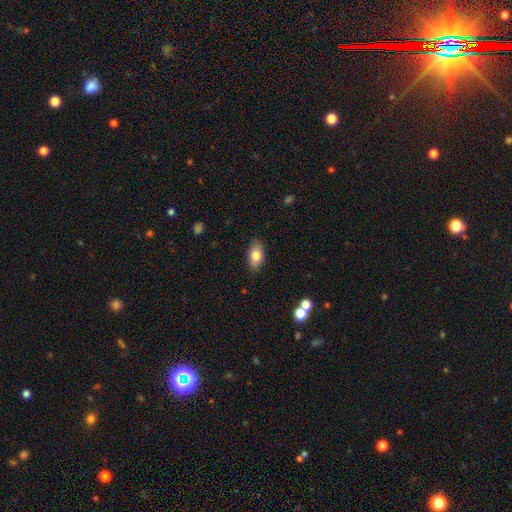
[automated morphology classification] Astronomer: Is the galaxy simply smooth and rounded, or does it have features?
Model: smooth — 78%.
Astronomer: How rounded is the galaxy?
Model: in between — 90%.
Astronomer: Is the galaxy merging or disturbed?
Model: none — 87%.